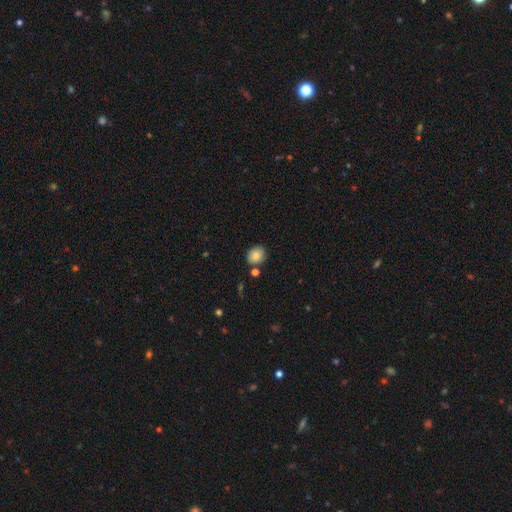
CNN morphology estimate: This is clearly a smooth galaxy (81%). How rounded: likely round (60%). Merging: likely none (79%).